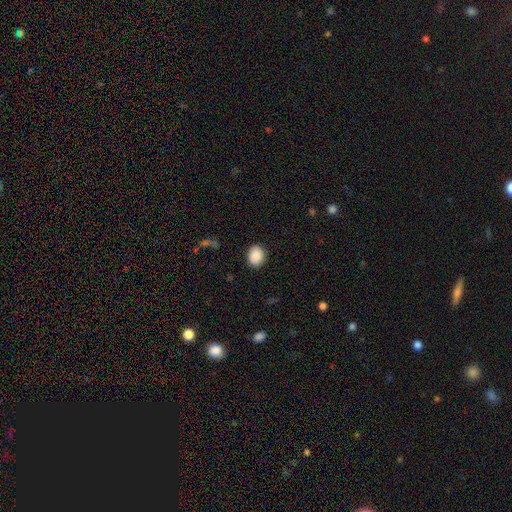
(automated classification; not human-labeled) This is clearly a smooth galaxy (89%). How rounded: possibly round (54%). Merging: clearly none (89%).